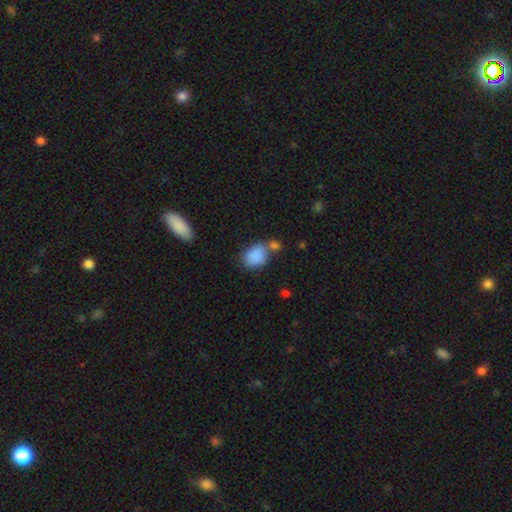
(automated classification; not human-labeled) The model was most divided on "merging": none: 47%, merger: 29%, minor disturbance: 17%, major disturbance: 7%. More confident: smooth or featured — smooth (85%); how rounded — in between (67%).